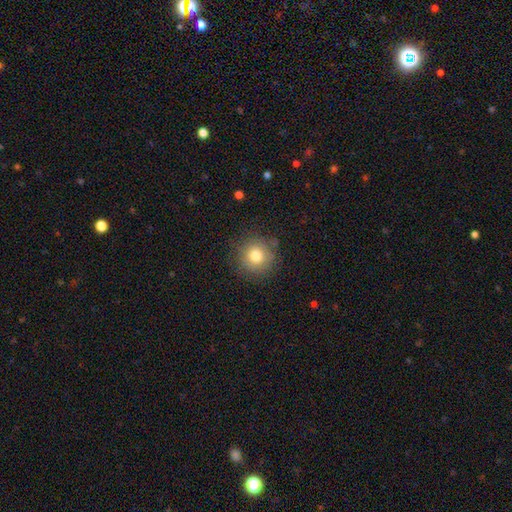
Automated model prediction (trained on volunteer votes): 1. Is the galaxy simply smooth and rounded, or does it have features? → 78% smooth, 12% star or artifact, 10% featured or disk.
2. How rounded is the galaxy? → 93% round, 6% in between, 1% cigar-shaped.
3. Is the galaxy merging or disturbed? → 83% none, 11% minor disturbance, 4% major disturbance, 2% merger.